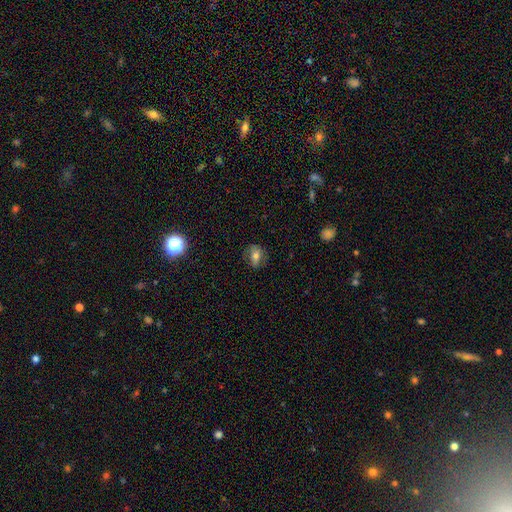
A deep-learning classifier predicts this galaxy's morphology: type=smooth (62%); roundness=in between (59%); merging=none (76%).